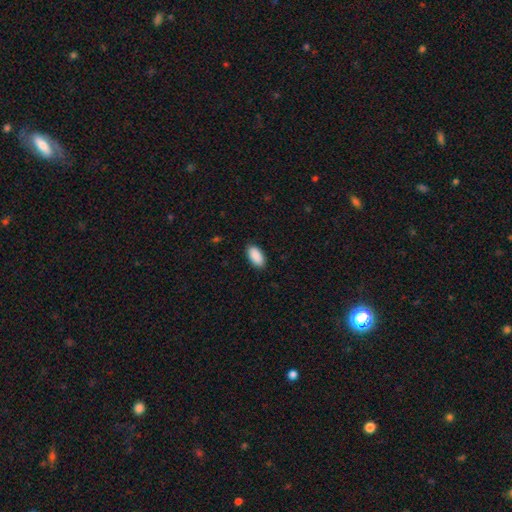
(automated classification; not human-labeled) smooth_or_featured: smooth (p=0.91) [alt: star or artifact p=0.06]
how_rounded: in between (p=0.94) [alt: cigar-shaped p=0.04]
merging: none (p=0.89) [alt: minor disturbance p=0.09]